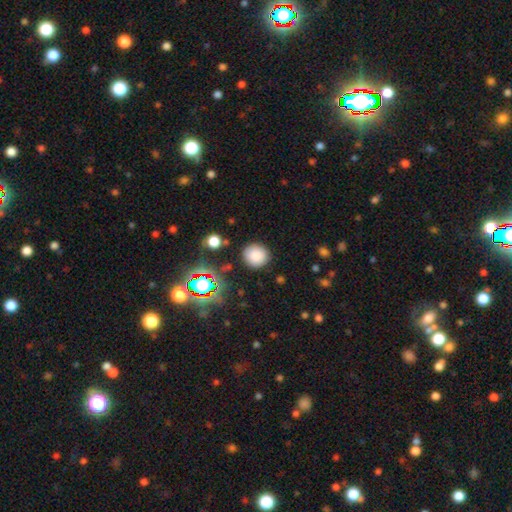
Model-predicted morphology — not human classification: A smooth galaxy with no disk features (82%) that is round (89%). Merging: none (86%).